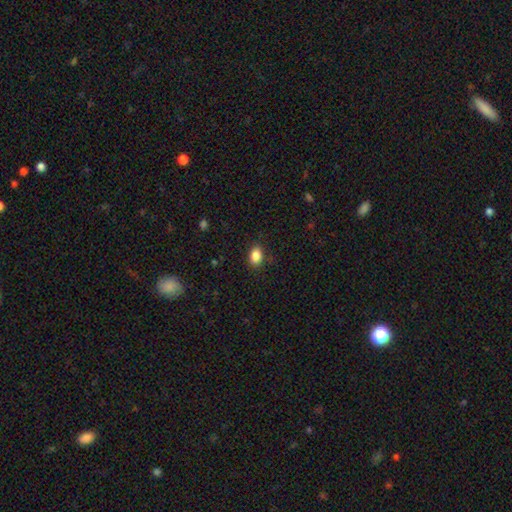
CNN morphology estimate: Smooth or featured? Predicted: smooth (p=0.86). How rounded? Predicted: in between (p=0.74). Merging? Predicted: none (p=0.86).